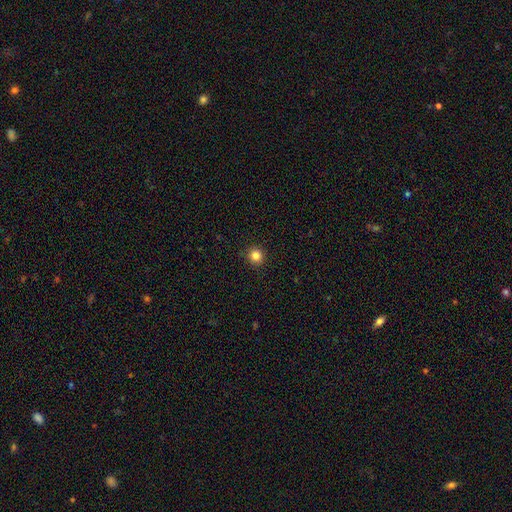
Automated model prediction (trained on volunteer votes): This is clearly a smooth galaxy (84%). How rounded: clearly round (94%). Merging: clearly none (92%).